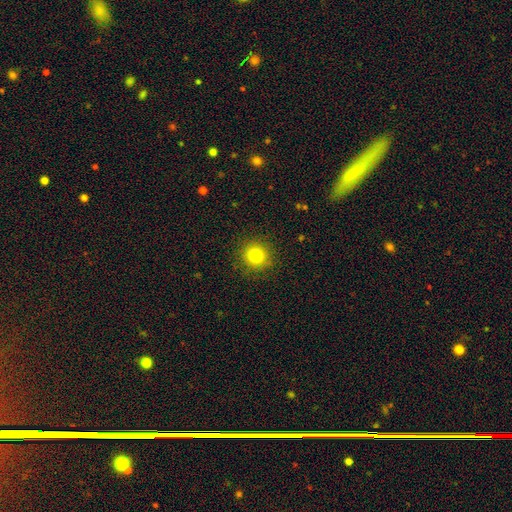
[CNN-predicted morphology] This is clearly a smooth galaxy (82%). How rounded: clearly round (93%). Merging: clearly none (90%).